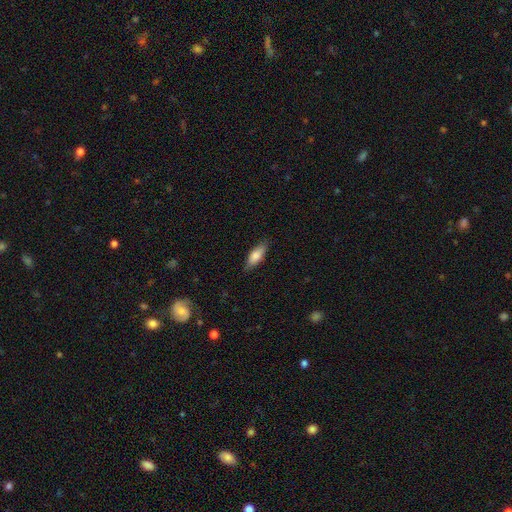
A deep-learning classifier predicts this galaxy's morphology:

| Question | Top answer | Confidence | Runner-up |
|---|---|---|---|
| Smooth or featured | smooth | 77% | featured or disk (17%) |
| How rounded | in between | 66% | cigar-shaped (32%) |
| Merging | none | 82% | minor disturbance (14%) |